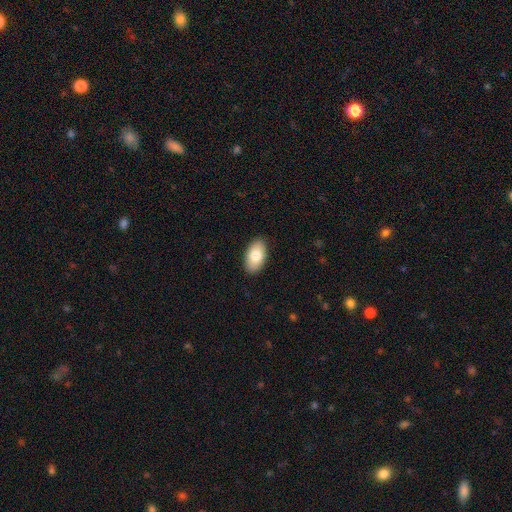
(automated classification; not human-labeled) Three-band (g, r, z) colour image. It shows a smooth galaxy with no disk features (80%) that is in between round and cigar-shaped (94%). Merging: none (89%).